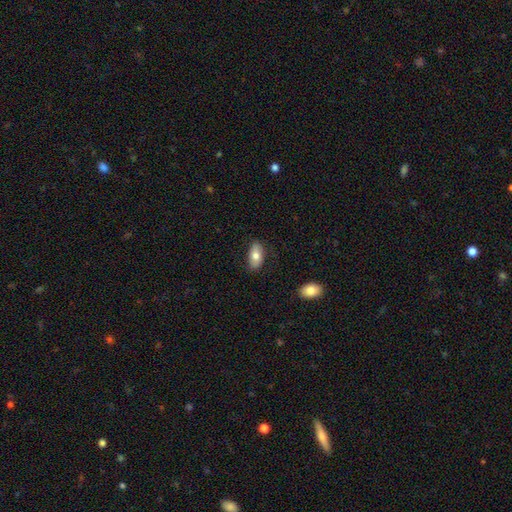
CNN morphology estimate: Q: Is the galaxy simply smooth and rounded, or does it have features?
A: smooth — 76%.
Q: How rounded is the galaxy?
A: in between — 91%.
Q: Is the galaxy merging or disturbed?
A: none — 82%.